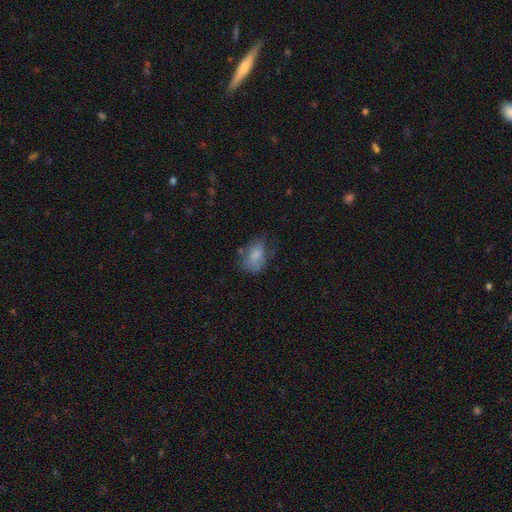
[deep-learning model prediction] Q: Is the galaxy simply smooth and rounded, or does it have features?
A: smooth — 73%.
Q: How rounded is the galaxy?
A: in between — 84%.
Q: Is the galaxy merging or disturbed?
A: none — 38%.